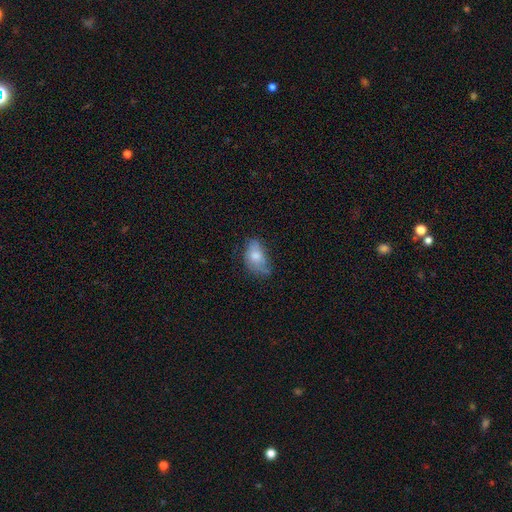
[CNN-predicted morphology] Smooth or featured: smooth — 69% (featured or disk — 23%)
How rounded: in between — 89% (round — 9%)
Merging: none — 42% (minor disturbance — 38%)